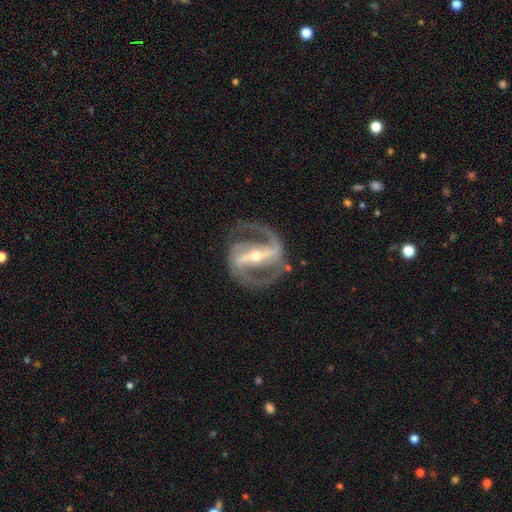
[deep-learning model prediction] This appears to be a featured or disk galaxy (93%) with a strong bar (82%), 2 (92%) medium (58%) spiral arms (97%) and a small central bulge (53%). Merging: none (80%).